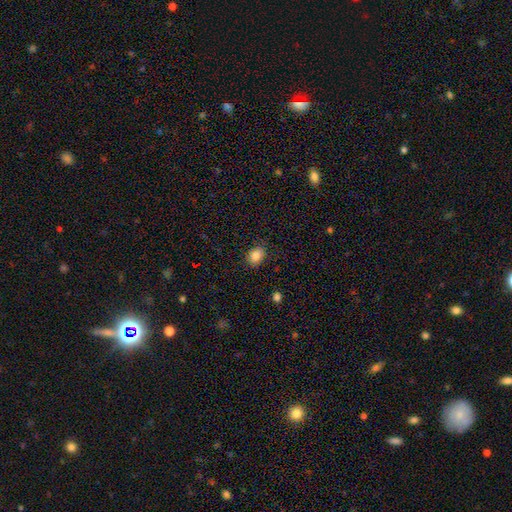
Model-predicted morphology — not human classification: Smooth or featured? Predicted: smooth (p=0.86). How rounded? Predicted: in between (p=0.63). Merging? Predicted: none (p=0.83).